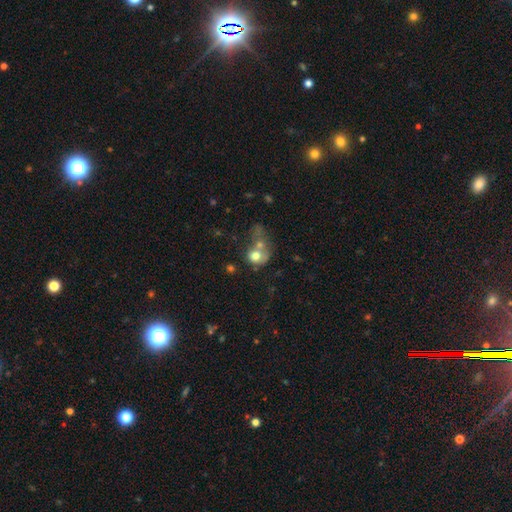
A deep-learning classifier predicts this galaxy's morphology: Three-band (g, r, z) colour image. It shows a smooth galaxy with no disk features (68%) that is round (67%). Merging: merger (60%).